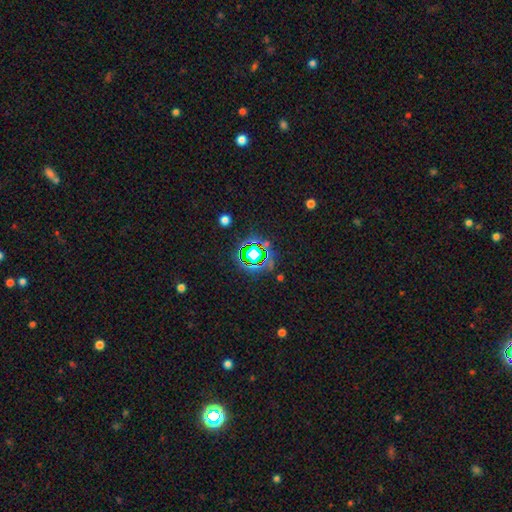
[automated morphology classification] Overall: star or artifact (67%).